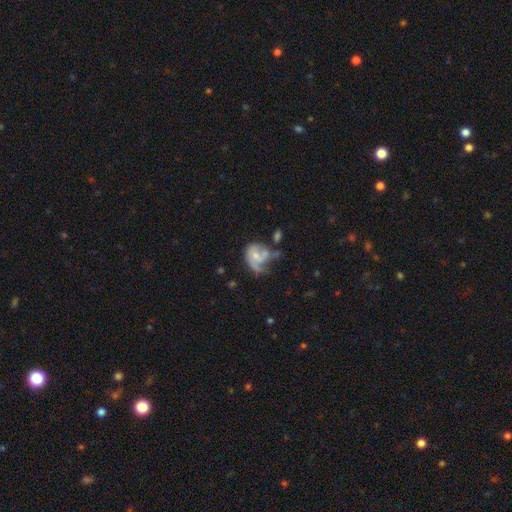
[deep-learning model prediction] Overall: featured or disk (55%; smooth 37%). Edge-on disk: no (97%). Bar: no (73%). Spiral arms: yes (65%; no 35%). Bulge size: small (56%; moderate 32%). Merging: major disturbance (36%; none 22%).